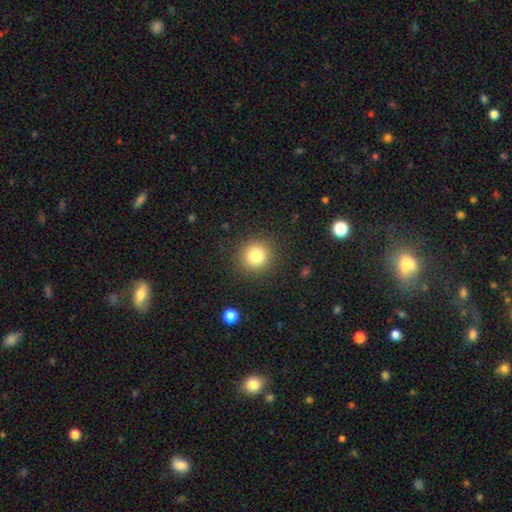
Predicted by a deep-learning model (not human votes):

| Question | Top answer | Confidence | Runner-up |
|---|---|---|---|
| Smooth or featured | smooth | 80% | star or artifact (12%) |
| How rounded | round | 93% | in between (6%) |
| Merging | none | 89% | minor disturbance (7%) |